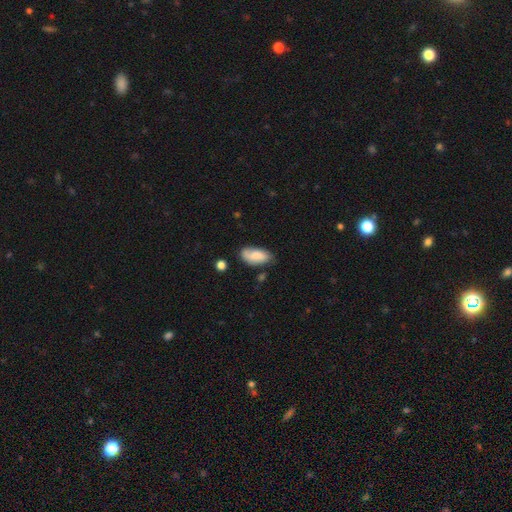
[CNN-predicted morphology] smooth_or_featured: smooth (p=0.72) [alt: featured or disk p=0.20]
how_rounded: in between (p=0.92) [alt: cigar-shaped p=0.05]
merging: none (p=0.62) [alt: minor disturbance p=0.26]